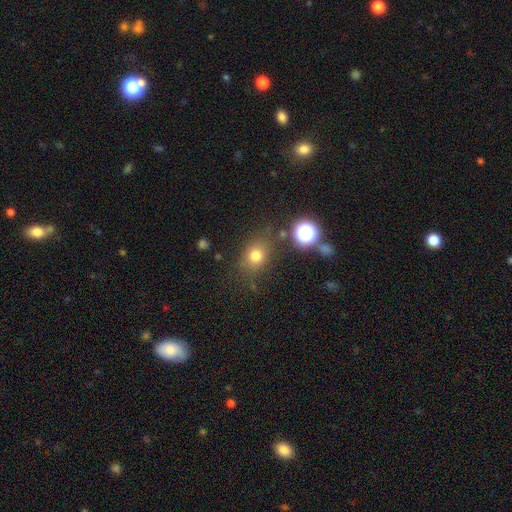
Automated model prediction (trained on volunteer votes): Morphology: type=smooth (74%); roundness=round (60%); merging=none (75%).